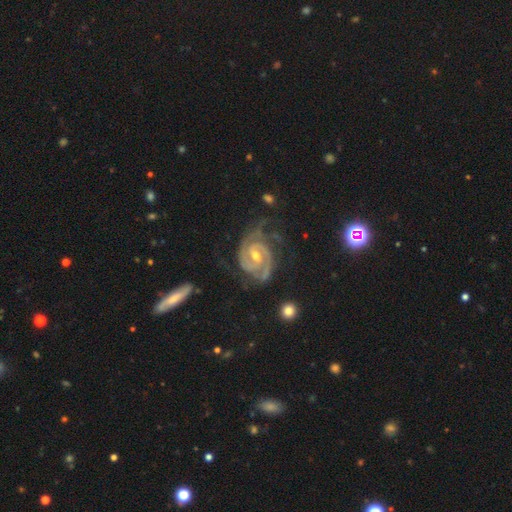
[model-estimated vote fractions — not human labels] A featured or disk galaxy (92%) with a weak bar (46%), 2 (66%) tight (67%) spiral arms (99%) and a moderate central bulge (55%). Merging: none (65%).